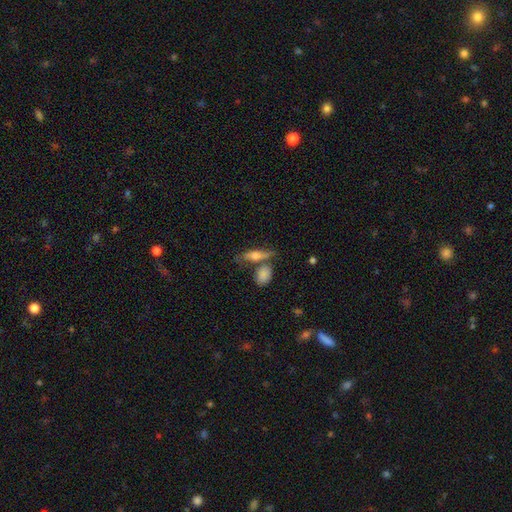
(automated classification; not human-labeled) Smooth or featured: smooth — 53% (featured or disk — 39%)
How rounded: in between — 49% (cigar-shaped — 46%)
Merging: none — 57% (merger — 21%)